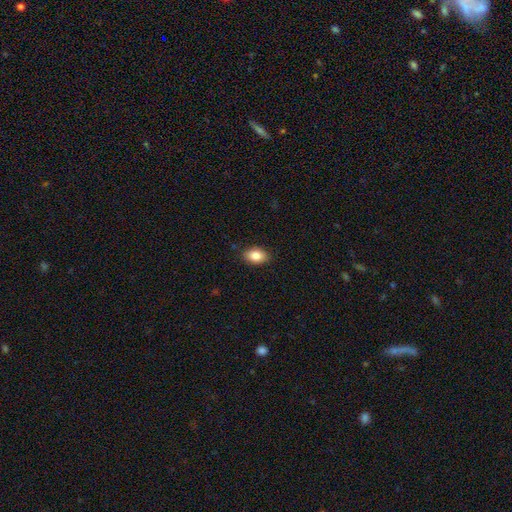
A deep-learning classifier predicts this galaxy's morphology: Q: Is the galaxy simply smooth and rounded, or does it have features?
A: smooth — 86%.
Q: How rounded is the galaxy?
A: in between — 85%.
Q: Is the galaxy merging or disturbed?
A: none — 88%.